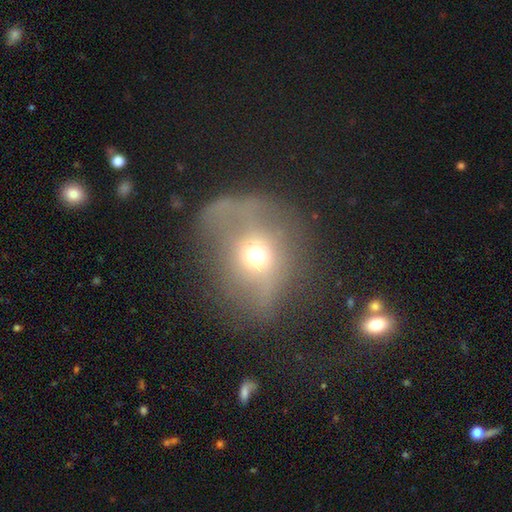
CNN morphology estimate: A smooth galaxy with no disk features (47%). Merging: major disturbance (43%).